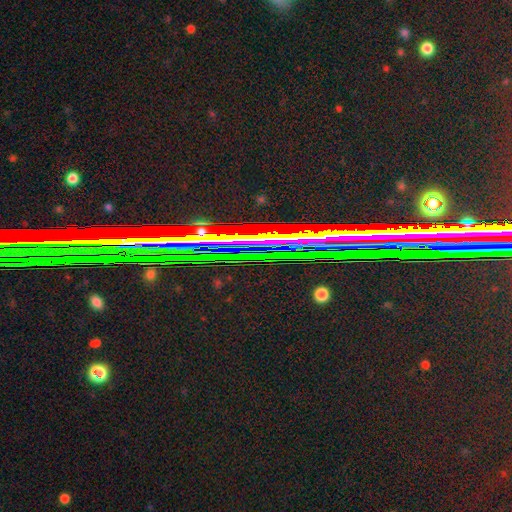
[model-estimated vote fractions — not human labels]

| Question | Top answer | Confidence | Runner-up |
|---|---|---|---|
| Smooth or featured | star or artifact | 83% | featured or disk (10%) |